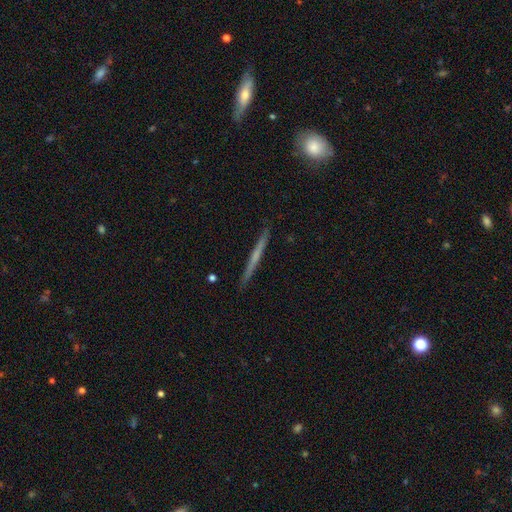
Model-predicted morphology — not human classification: smooth-or-featured: featured or disk: 54% | smooth: 40% | star or artifact: 6%
  disk-edge-on: yes: 98% | no: 2%
    edge-on-bulge: none: 79% | rounded: 16% | boxy: 5%
  merging: none: 91% | minor disturbance: 6% | major disturbance: 1% | merger: 1%